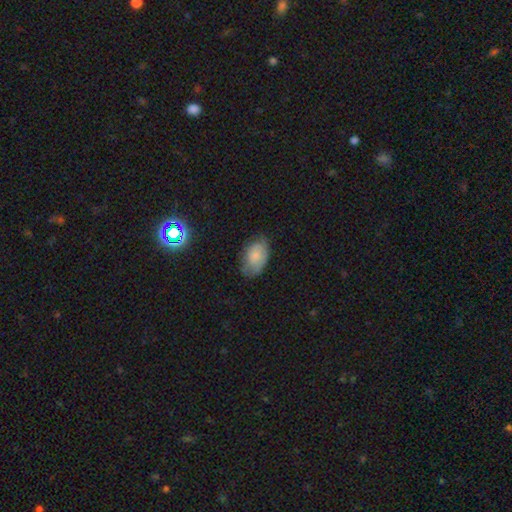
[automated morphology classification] Smooth or featured?
  - smooth: 75% *
  - featured or disk: 17%
  - star or artifact: 8%
How rounded?
  - in between: 91% *
  - round: 8%
  - cigar-shaped: 1%
Merging?
  - none: 62% *
  - minor disturbance: 29%
  - major disturbance: 8%
  - merger: 1%